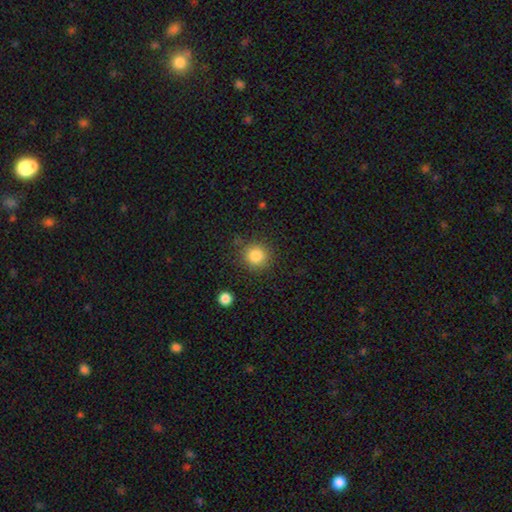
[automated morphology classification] This appears to be a smooth galaxy with no disk features (85%) that is round (92%). Merging: none (85%).